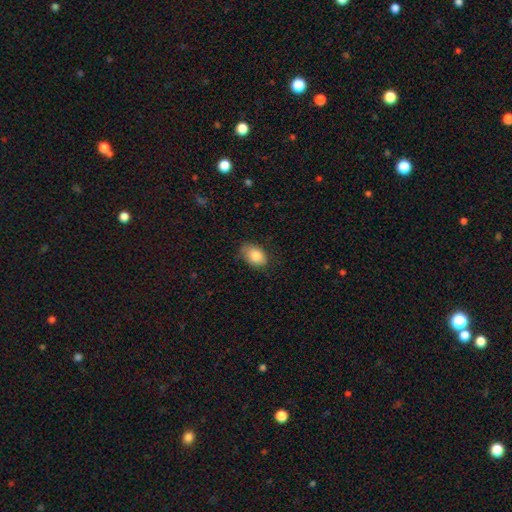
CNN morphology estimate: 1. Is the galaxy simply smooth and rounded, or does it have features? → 85% smooth, 8% featured or disk, 7% star or artifact.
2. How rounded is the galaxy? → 86% in between, 12% round, 1% cigar-shaped.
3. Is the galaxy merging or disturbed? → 73% none, 21% minor disturbance, 4% major disturbance, 1% merger.